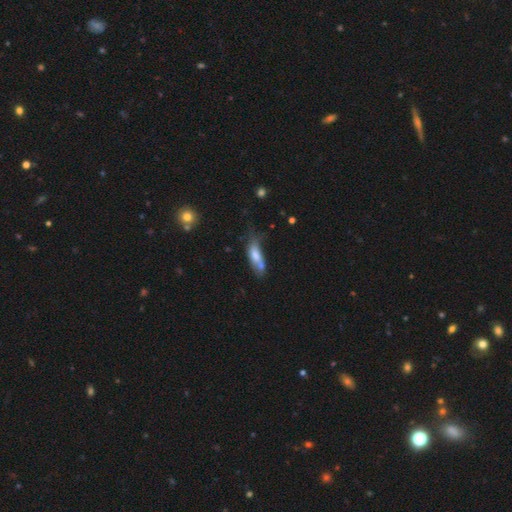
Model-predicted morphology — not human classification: Smooth or featured? Predicted: smooth (p=0.66). How rounded? Predicted: in between (p=0.58). Merging? Predicted: none (p=0.34).